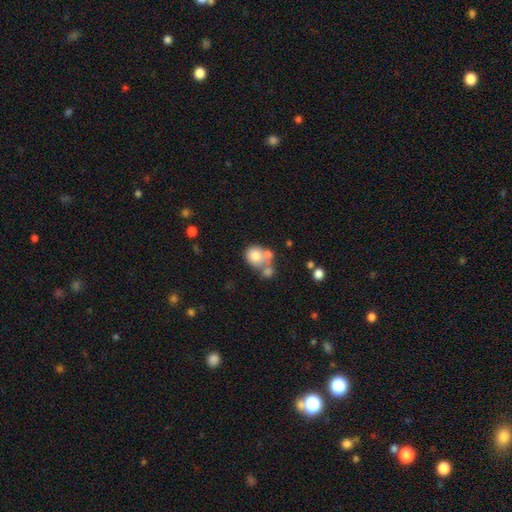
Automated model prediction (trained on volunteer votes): smooth 72%, featured or disk 18%, star or artifact 10%. Down the decision tree: how rounded — round (73%); merging — merger (48%).